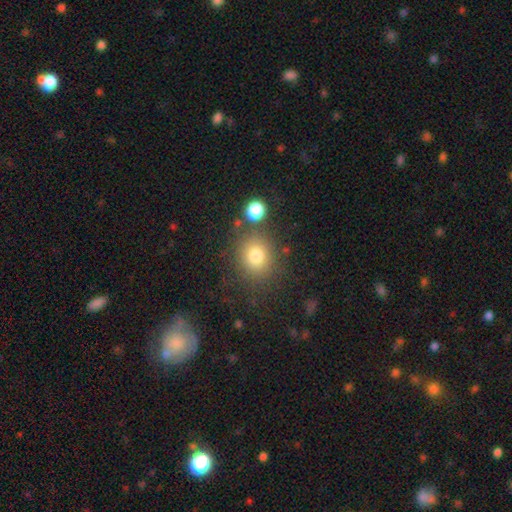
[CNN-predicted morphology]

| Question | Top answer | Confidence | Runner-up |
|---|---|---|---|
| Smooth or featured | smooth | 79% | star or artifact (12%) |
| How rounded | round | 69% | in between (30%) |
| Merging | none | 77% | minor disturbance (11%) |